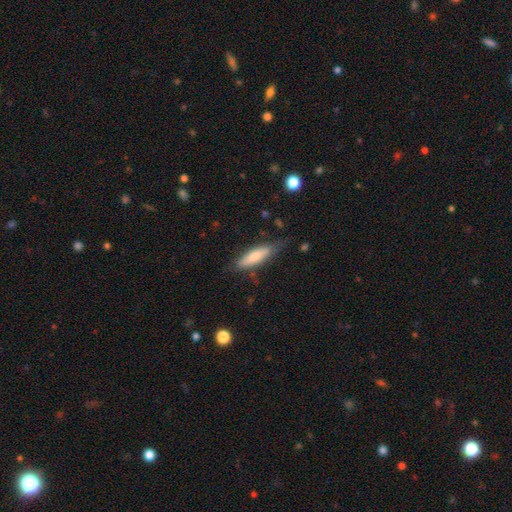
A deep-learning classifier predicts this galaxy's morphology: smooth_or_featured: smooth (p=0.74) [alt: featured or disk p=0.21]
how_rounded: cigar-shaped (p=0.67) [alt: in between p=0.31]
merging: none (p=0.72) [alt: minor disturbance p=0.21]